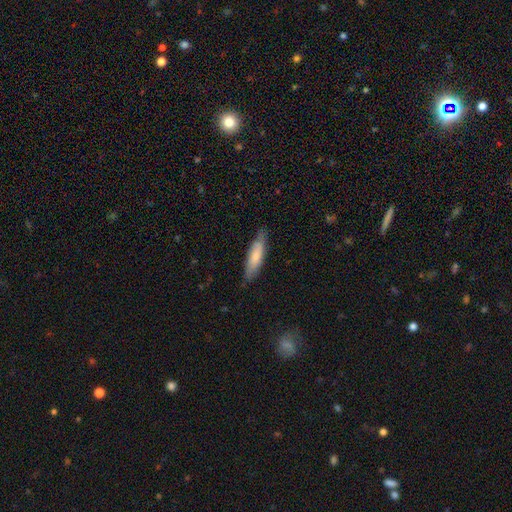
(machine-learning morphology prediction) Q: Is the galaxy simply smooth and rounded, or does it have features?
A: smooth — 71%.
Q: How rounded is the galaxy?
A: cigar-shaped — 69%.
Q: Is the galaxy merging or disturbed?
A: none — 78%.